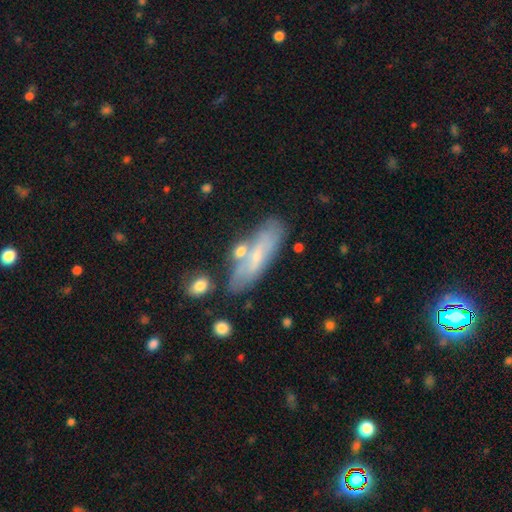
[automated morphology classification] Q: Smooth or featured?
A: smooth (50%); runner-up: featured or disk (42%)
Q: How rounded?
A: cigar-shaped (51%); runner-up: in between (47%)
Q: Merging?
A: none (65%); runner-up: minor disturbance (18%)